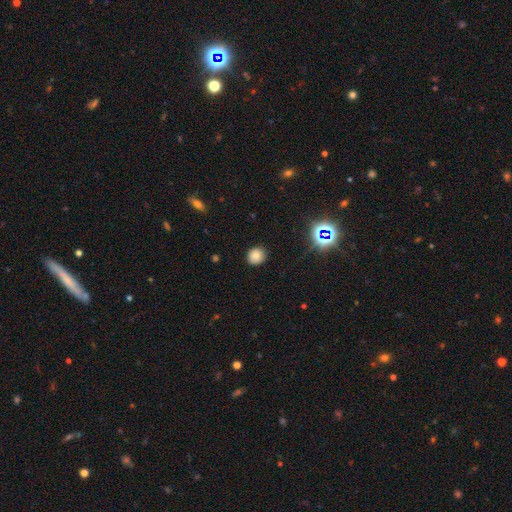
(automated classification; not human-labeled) smooth-or-featured: smooth: 78% | star or artifact: 15% | featured or disk: 7%
  how-rounded: round: 88% | in between: 11% | cigar-shaped: 1%
  merging: none: 90% | minor disturbance: 7% | major disturbance: 2% | merger: 1%